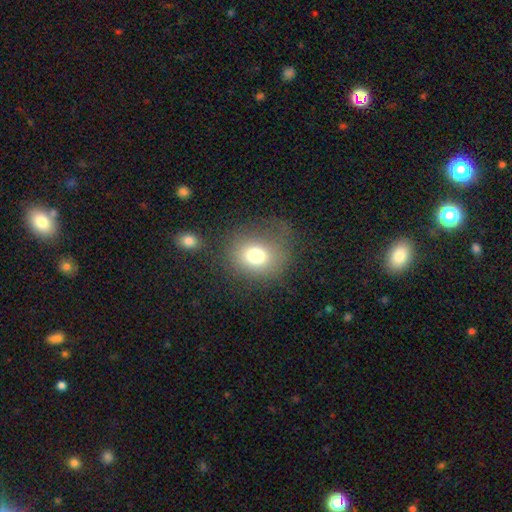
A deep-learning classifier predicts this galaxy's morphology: type=smooth (74%); roundness=round (65%); merging=none (62%).